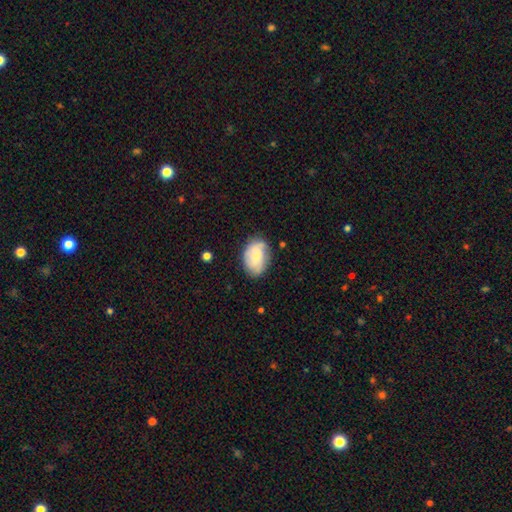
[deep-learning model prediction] Smooth or featured? smooth (55%)
How rounded? in between (81%)
Merging? none (65%)